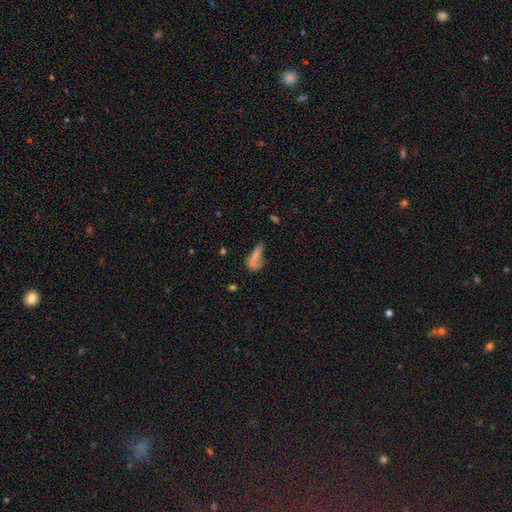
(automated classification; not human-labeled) The model was most divided on "merging": none: 32%, major disturbance: 27%, merger: 22%, minor disturbance: 19%. More confident: smooth or featured — smooth (57%); how rounded — in between (51%).